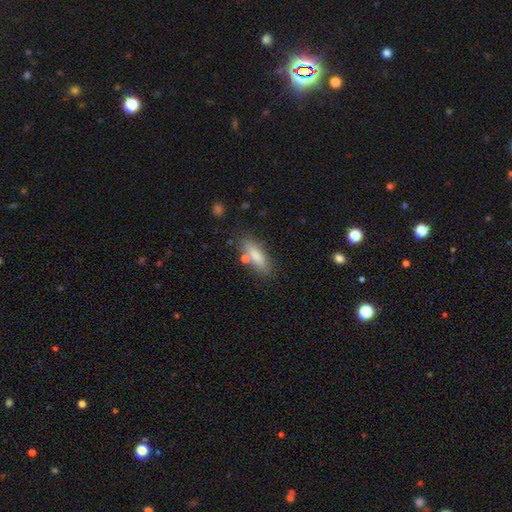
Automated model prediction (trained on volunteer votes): A smooth galaxy with no disk features (80%) that is in between round and cigar-shaped (57%).

Vote fractions:
- Smooth or featured? smooth: 80% / featured or disk: 13% / star or artifact: 7%
- How rounded? in between: 57% / cigar-shaped: 40% / round: 3%
- Merging? none: 75% / minor disturbance: 13% / merger: 8% / major disturbance: 4%